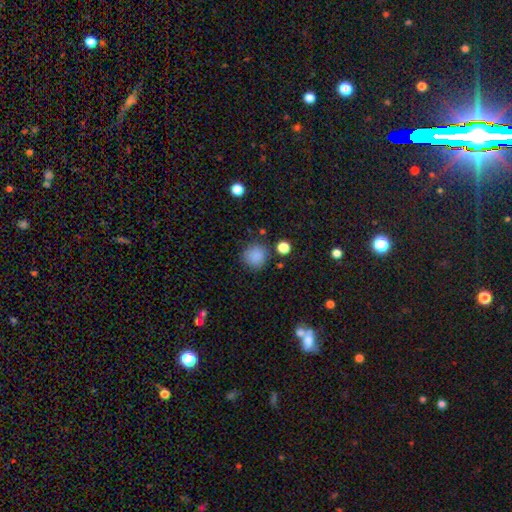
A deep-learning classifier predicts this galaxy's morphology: Smooth or featured?
  - smooth: 86% *
  - star or artifact: 10%
  - featured or disk: 4%
How rounded?
  - round: 91% *
  - in between: 8%
  - cigar-shaped: 1%
Merging?
  - none: 83% *
  - minor disturbance: 10%
  - major disturbance: 3%
  - merger: 3%